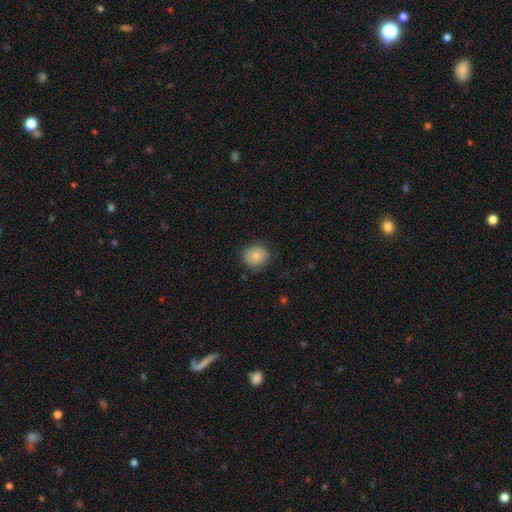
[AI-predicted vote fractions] Smooth or featured? Predicted: smooth (p=0.86). How rounded? Predicted: round (p=0.76). Merging? Predicted: none (p=0.81).